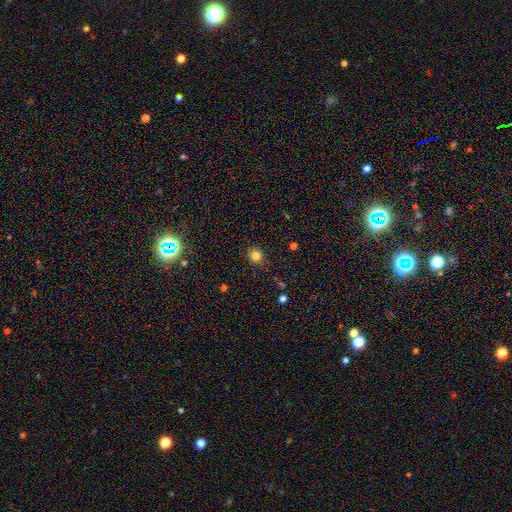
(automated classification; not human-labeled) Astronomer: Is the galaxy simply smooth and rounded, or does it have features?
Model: smooth — 81%.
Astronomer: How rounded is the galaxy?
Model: round — 82%.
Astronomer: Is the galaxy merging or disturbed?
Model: none — 88%.